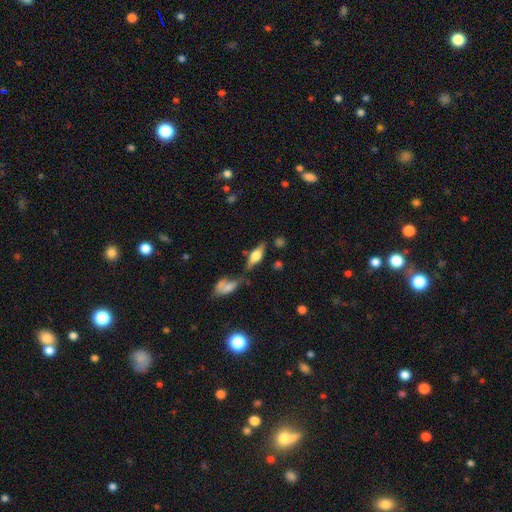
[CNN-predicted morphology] This appears to be a featured or disk galaxy (51%) viewed edge-on (89%). Merging: none (65%).